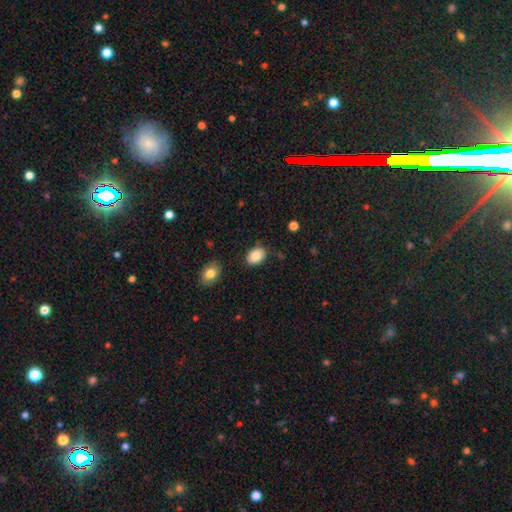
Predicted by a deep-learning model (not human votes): A smooth galaxy with no disk features (85%) that is in between round and cigar-shaped (77%). Merging: none (82%).